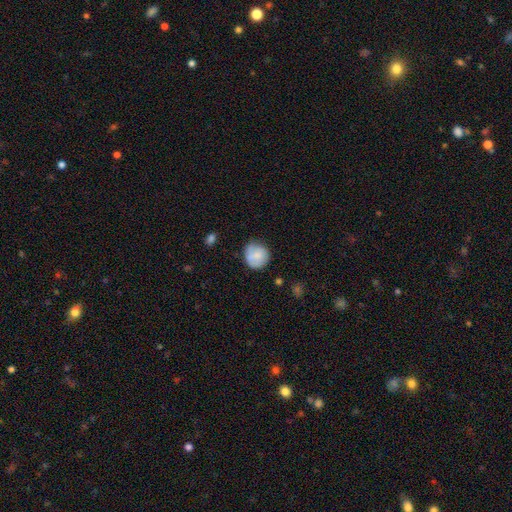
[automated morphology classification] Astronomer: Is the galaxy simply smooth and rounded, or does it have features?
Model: smooth — 76%.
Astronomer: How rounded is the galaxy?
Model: round — 86%.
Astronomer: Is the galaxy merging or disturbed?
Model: none — 62%.